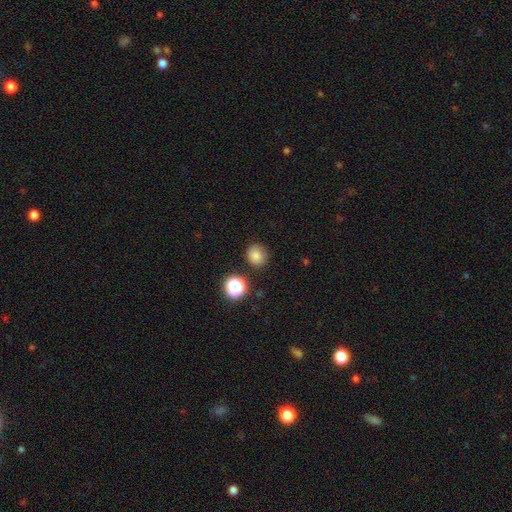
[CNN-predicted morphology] Smooth or featured: smooth — 80% (star or artifact — 14%)
How rounded: round — 77% (in between — 22%)
Merging: none — 84% (minor disturbance — 10%)